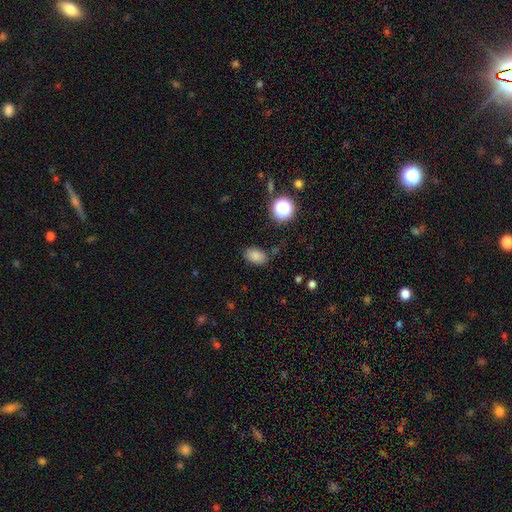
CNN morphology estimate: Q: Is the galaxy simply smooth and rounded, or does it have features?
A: smooth — 81%.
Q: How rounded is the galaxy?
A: in between — 86%.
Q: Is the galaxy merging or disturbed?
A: none — 81%.